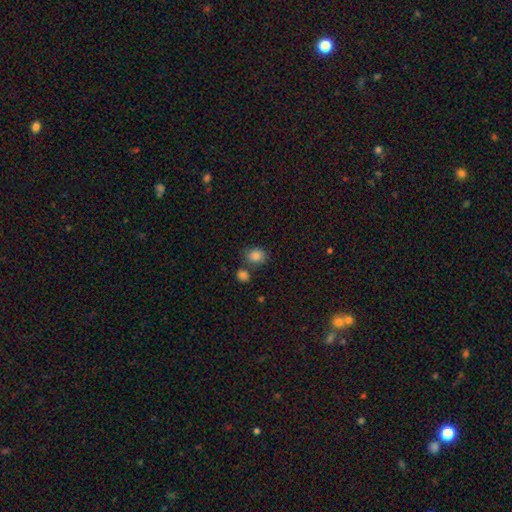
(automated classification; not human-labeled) A smooth galaxy with no disk features (85%) that is round (60%).

Vote fractions:
- Smooth or featured? smooth: 85% / star or artifact: 10% / featured or disk: 5%
- How rounded? round: 60% / in between: 39% / cigar-shaped: 1%
- Merging? none: 63% / merger: 18% / minor disturbance: 14% / major disturbance: 5%